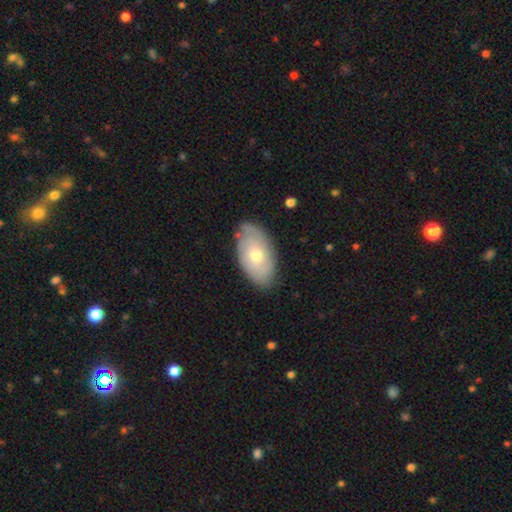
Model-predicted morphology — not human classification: Smooth or featured? smooth (49%)
Merging? none (75%)